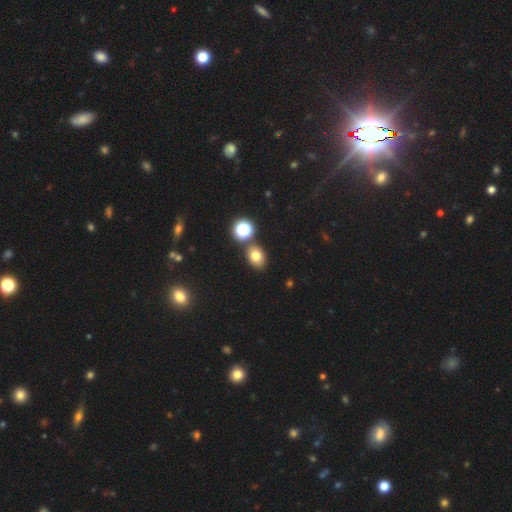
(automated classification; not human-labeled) Smooth or featured?
  - smooth: 73% *
  - star or artifact: 18%
  - featured or disk: 9%
How rounded?
  - in between: 61% *
  - round: 38%
  - cigar-shaped: 1%
Merging?
  - none: 76% *
  - merger: 11%
  - minor disturbance: 10%
  - major disturbance: 3%